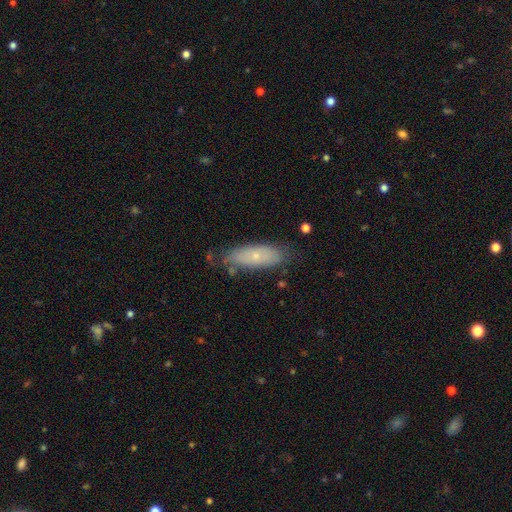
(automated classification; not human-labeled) Smooth or featured?
  - smooth: 60% *
  - featured or disk: 33%
  - star or artifact: 8%
How rounded?
  - in between: 63% *
  - cigar-shaped: 35%
  - round: 2%
Merging?
  - none: 71% *
  - minor disturbance: 22%
  - major disturbance: 5%
  - merger: 3%